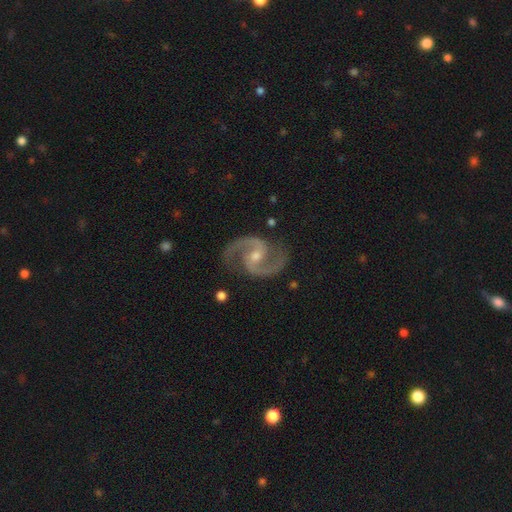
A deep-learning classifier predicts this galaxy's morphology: Overall: featured or disk (94%). Edge-on disk: no (98%). Bar: weak (45%; no 38%). Spiral arms: yes (99%). Spiral arm count: 2 (95%). Spiral winding: medium (69%). Bulge size: moderate (50%; small 46%). Merging: none (83%).